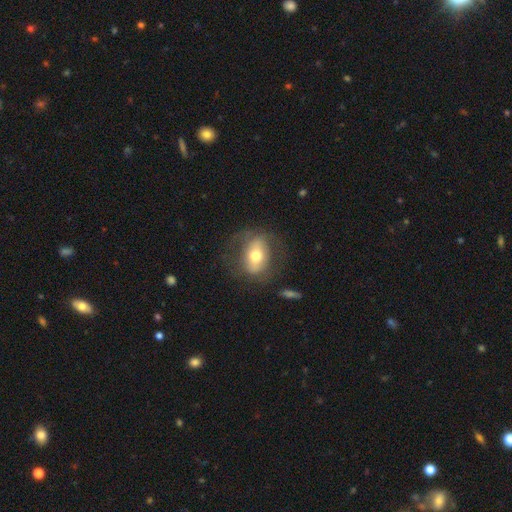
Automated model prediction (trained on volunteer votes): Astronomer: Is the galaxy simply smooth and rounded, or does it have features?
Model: smooth — 49% (runner-up: featured or disk, 44%).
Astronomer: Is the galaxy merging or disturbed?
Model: none — 68%.